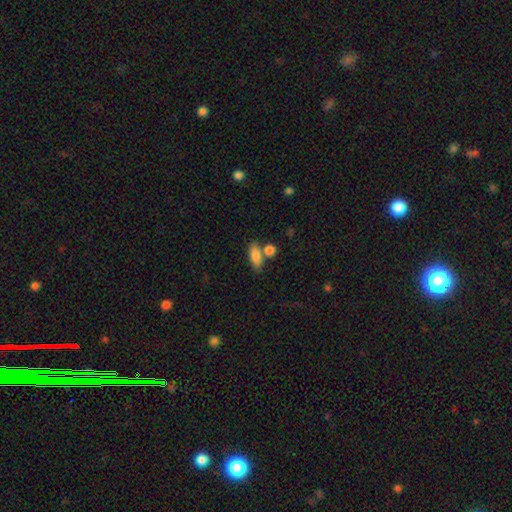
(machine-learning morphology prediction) type=smooth (83%); roundness=in between (74%); merging=none (63%).